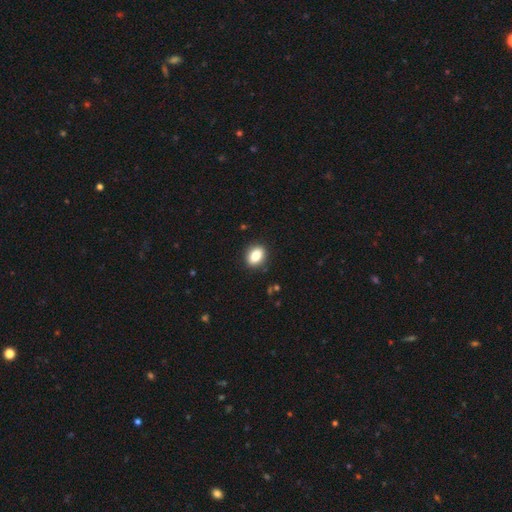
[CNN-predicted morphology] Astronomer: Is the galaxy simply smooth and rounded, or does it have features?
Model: smooth — 85%.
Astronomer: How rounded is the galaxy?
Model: in between — 71%.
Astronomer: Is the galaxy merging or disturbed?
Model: none — 89%.